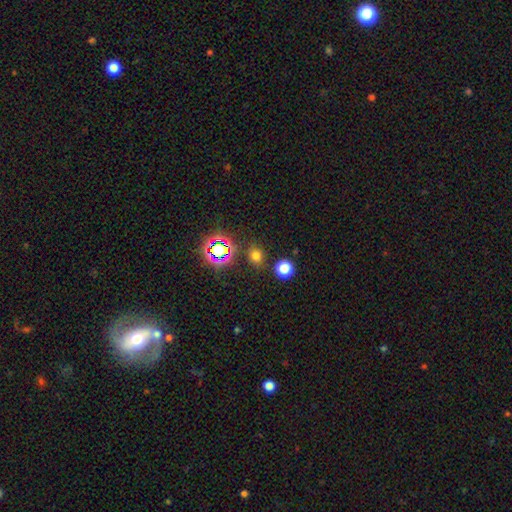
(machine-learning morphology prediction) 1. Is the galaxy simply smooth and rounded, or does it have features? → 67% smooth, 27% star or artifact, 6% featured or disk.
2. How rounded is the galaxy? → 72% round, 27% in between, 1% cigar-shaped.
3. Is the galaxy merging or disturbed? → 82% none, 9% minor disturbance, 5% merger, 3% major disturbance.